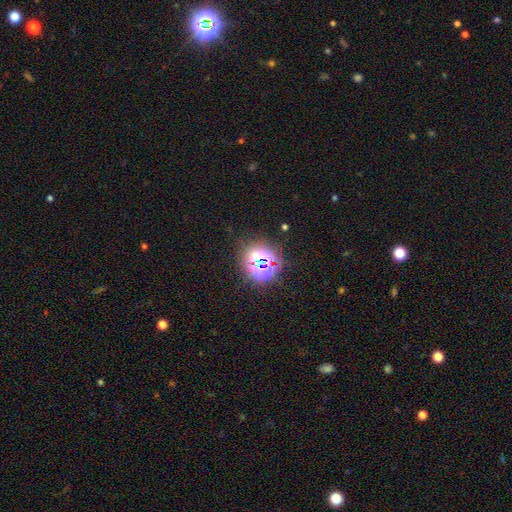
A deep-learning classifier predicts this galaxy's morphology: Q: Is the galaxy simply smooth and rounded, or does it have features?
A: star or artifact — 71%.